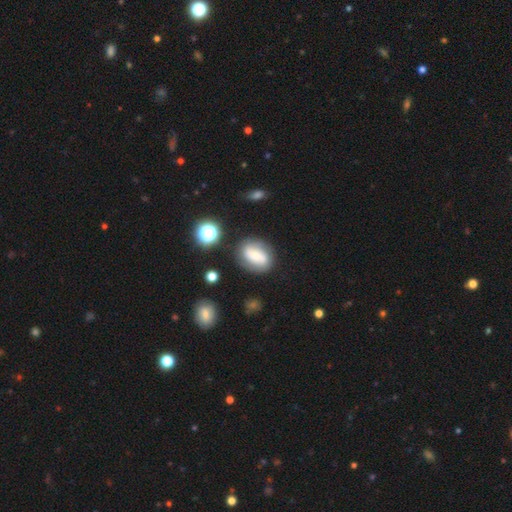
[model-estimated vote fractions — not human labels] The model was most divided on "smooth or featured": smooth: 51%, featured or disk: 38%, star or artifact: 10%. More confident: merging — none (74%); how rounded — in between (68%).